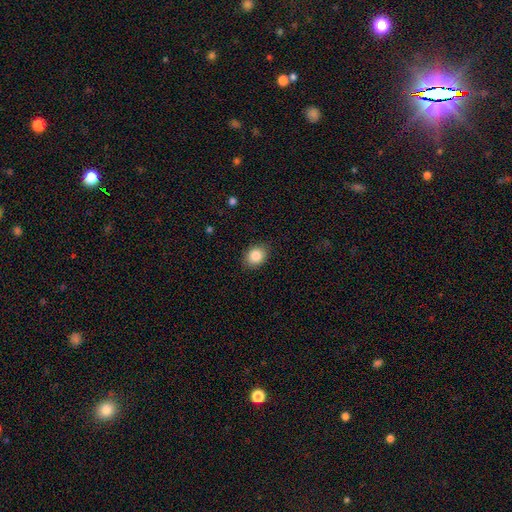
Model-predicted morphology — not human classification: smooth_or_featured: smooth (p=0.86) [alt: star or artifact p=0.08]
how_rounded: in between (p=0.59) [alt: round p=0.40]
merging: none (p=0.87) [alt: minor disturbance p=0.10]